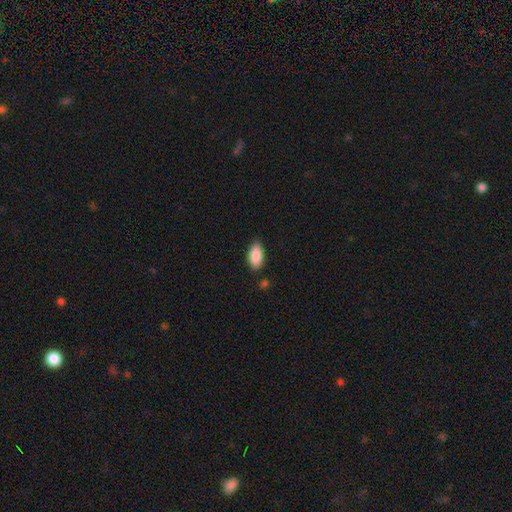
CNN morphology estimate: A smooth galaxy with no disk features (88%) that is in between round and cigar-shaped (92%). Merging: none (78%).